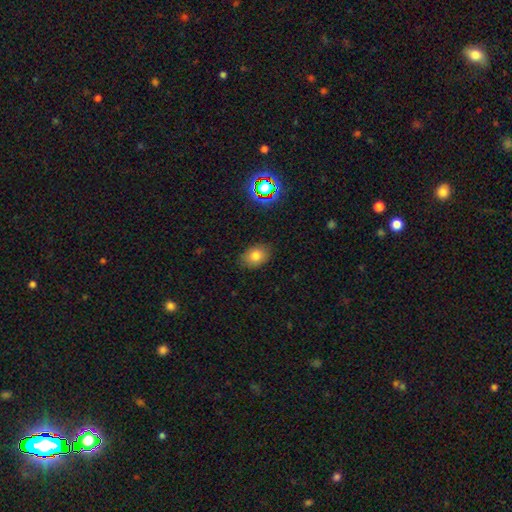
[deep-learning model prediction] A smooth galaxy with no disk features (78%) that is in between round and cigar-shaped (72%).

Vote fractions:
- Smooth or featured? smooth: 78% / star or artifact: 13% / featured or disk: 10%
- How rounded? in between: 72% / round: 27% / cigar-shaped: 1%
- Merging? none: 85% / minor disturbance: 11% / major disturbance: 3% / merger: 1%